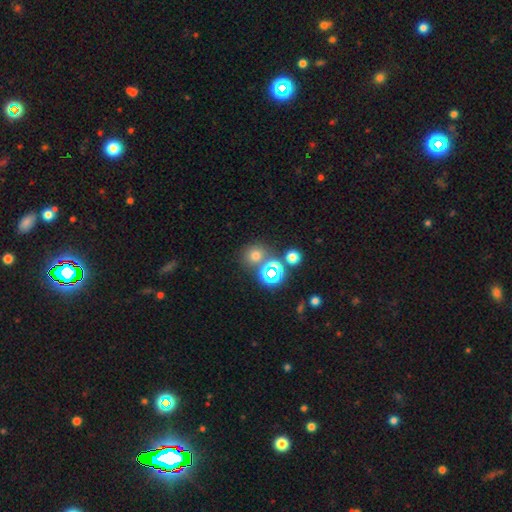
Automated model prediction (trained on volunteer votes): Smooth or featured? Predicted: smooth (p=0.64). How rounded? Predicted: round (p=0.85). Merging? Predicted: none (p=0.70).